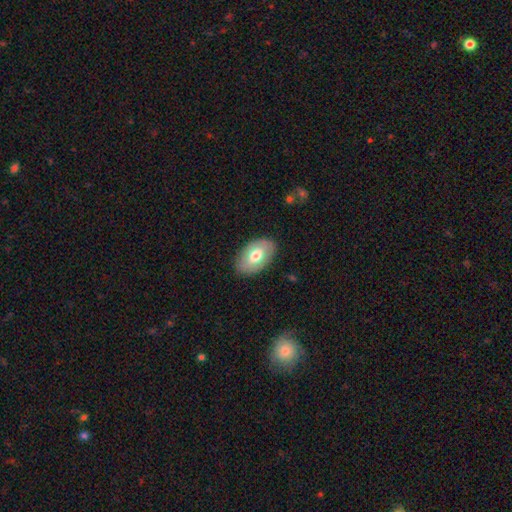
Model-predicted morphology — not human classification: smooth-or-featured: smooth: 66% | featured or disk: 28% | star or artifact: 6%
  how-rounded: in between: 92% | round: 7% | cigar-shaped: 1%
  merging: none: 85% | minor disturbance: 11% | major disturbance: 3% | merger: 1%